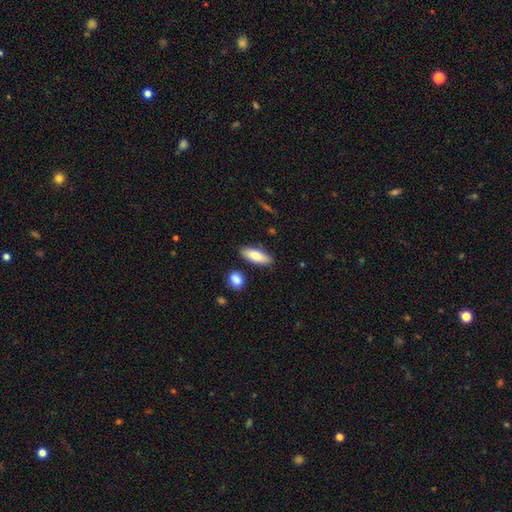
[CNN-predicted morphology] Q: Smooth or featured?
A: smooth (80%); runner-up: featured or disk (14%)
Q: How rounded?
A: in between (70%); runner-up: cigar-shaped (27%)
Q: Merging?
A: none (85%); runner-up: minor disturbance (10%)